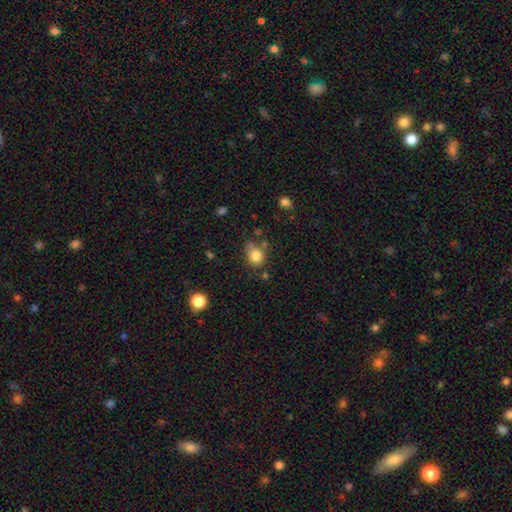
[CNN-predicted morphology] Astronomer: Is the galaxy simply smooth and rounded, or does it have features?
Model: smooth — 81%.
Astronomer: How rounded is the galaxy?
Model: round — 60% (runner-up: in between, 39%).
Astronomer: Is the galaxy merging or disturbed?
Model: none — 53%.